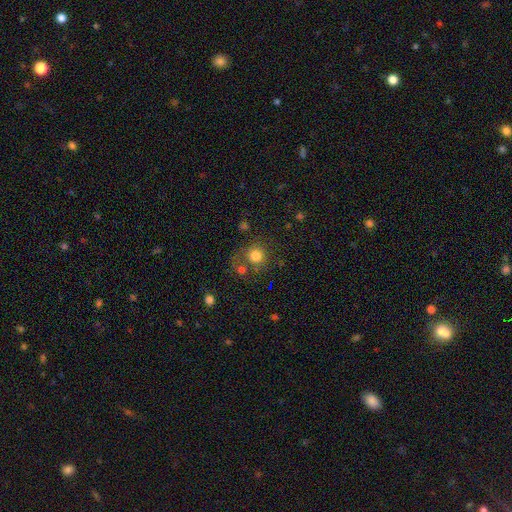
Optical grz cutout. It shows a smooth galaxy with no disk features (97%) that is round (92%). Merging: none (56%).